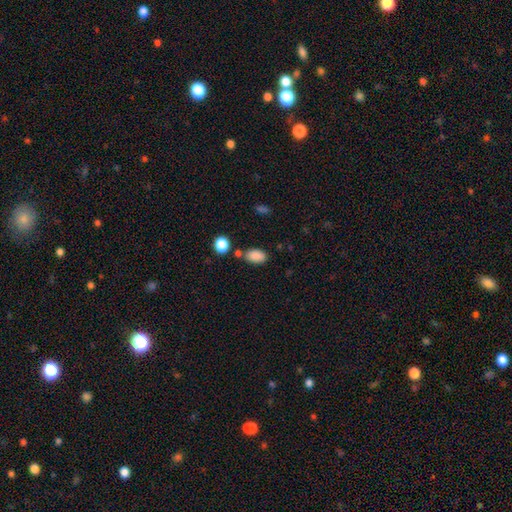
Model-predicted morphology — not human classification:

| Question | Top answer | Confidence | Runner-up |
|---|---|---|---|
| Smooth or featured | smooth | 87% | star or artifact (8%) |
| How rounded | in between | 90% | round (9%) |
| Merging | none | 70% | minor disturbance (14%) |